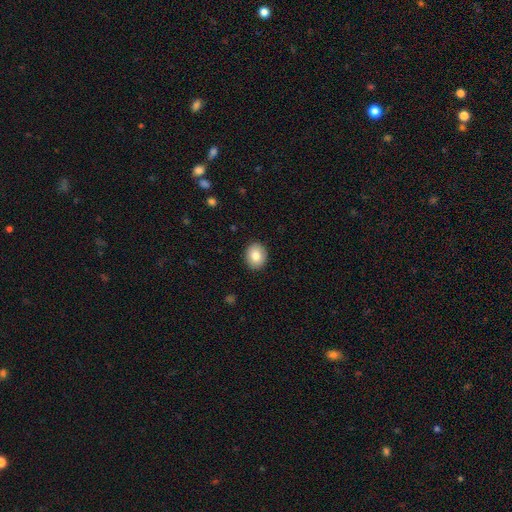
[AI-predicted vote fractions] This appears to be a smooth galaxy with no disk features (81%) that is round (60%). Merging: none (91%).